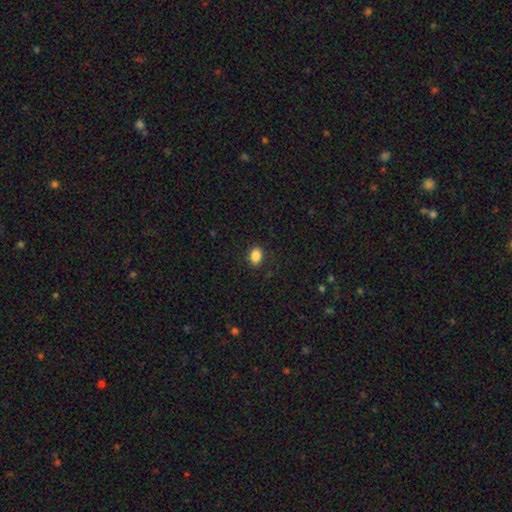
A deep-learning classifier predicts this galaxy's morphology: Smooth or featured?
  - smooth: 87% *
  - star or artifact: 10%
  - featured or disk: 4%
How rounded?
  - in between: 74% *
  - round: 25%
  - cigar-shaped: 1%
Merging?
  - none: 87% *
  - minor disturbance: 9%
  - major disturbance: 3%
  - merger: 1%